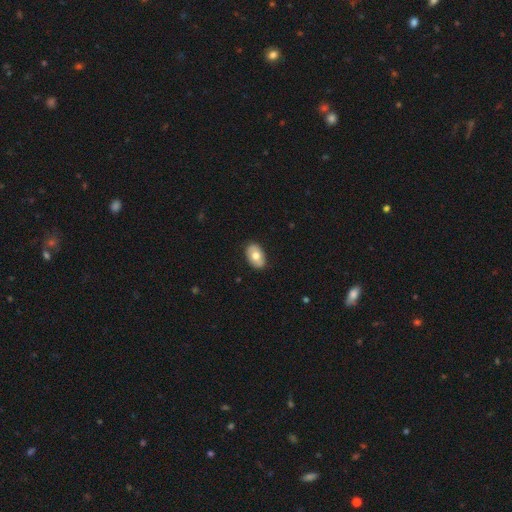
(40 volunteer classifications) smooth-or-featured: smooth: 75% | featured or disk: 18% | star or artifact: 8%
  how-rounded: in between: 100% | round: 0% | cigar-shaped: 0%
  merging: none: 86% | minor disturbance: 14% | major disturbance: 0% | merger: 0%